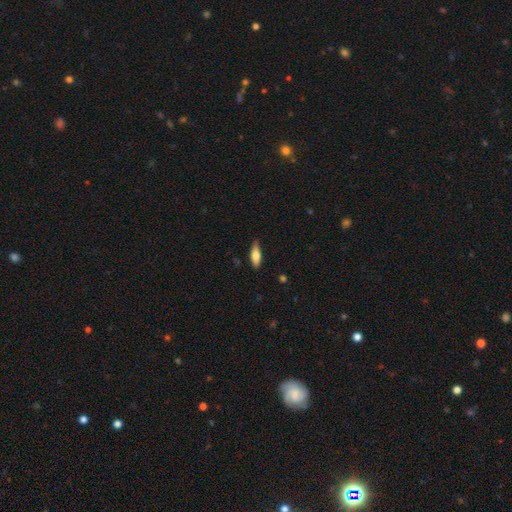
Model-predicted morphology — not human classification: A smooth galaxy with no disk features (70%) that is in between round and cigar-shaped (61%).

Vote fractions:
- Smooth or featured? smooth: 70% / featured or disk: 24% / star or artifact: 6%
- How rounded? in between: 61% / cigar-shaped: 37% / round: 2%
- Merging? none: 80% / minor disturbance: 16% / major disturbance: 3% / merger: 1%